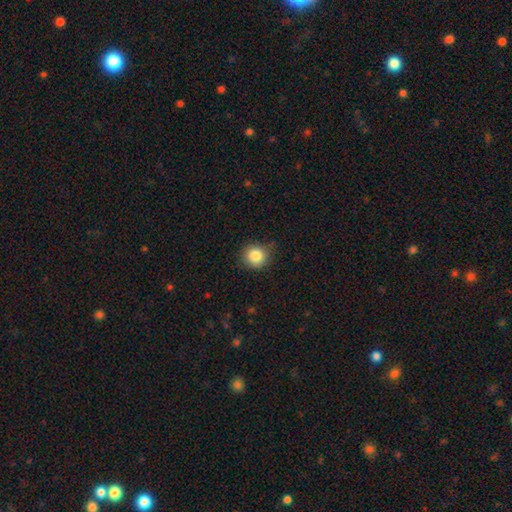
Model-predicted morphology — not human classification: smooth-or-featured: smooth: 85% | star or artifact: 10% | featured or disk: 6%
  how-rounded: round: 91% | in between: 8% | cigar-shaped: 1%
  merging: none: 83% | minor disturbance: 13% | major disturbance: 3% | merger: 1%